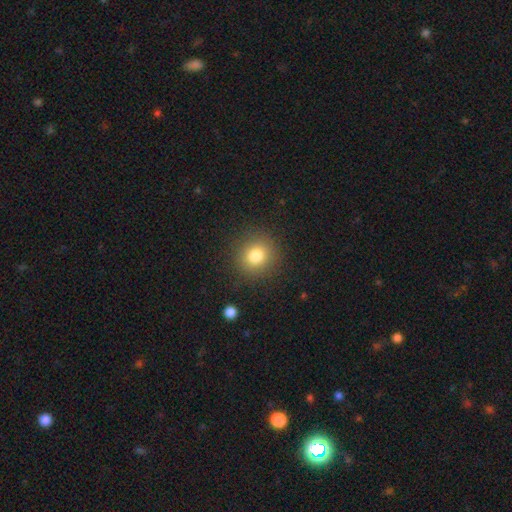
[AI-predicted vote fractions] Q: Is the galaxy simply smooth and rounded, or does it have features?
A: smooth — 80%.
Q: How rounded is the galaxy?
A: round — 88%.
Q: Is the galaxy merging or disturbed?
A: none — 88%.